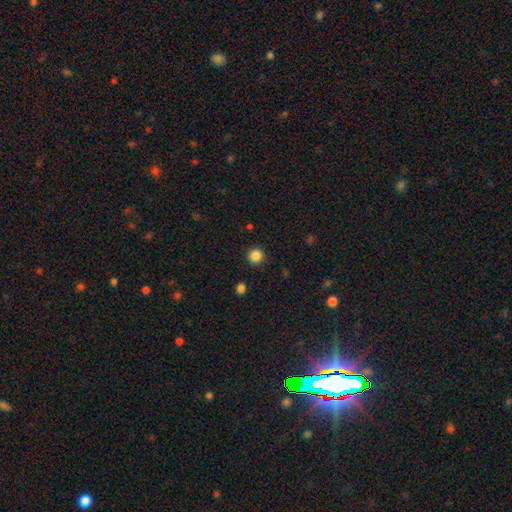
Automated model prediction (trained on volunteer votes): This is clearly a smooth galaxy (86%). How rounded: clearly round (95%). Merging: clearly none (92%).